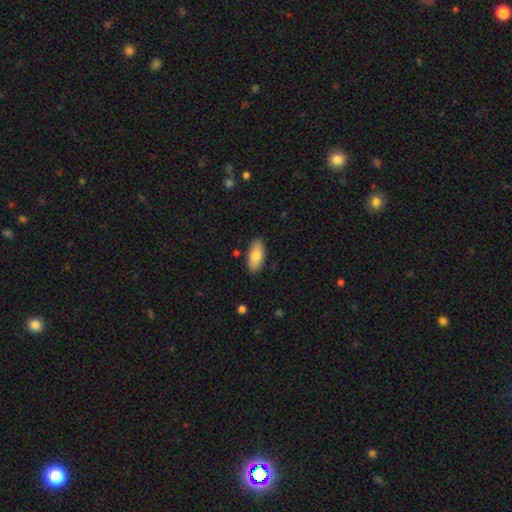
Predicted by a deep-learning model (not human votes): smooth_or_featured: smooth (p=0.83) [alt: featured or disk p=0.10]
how_rounded: in between (p=0.88) [alt: cigar-shaped p=0.10]
merging: none (p=0.86) [alt: minor disturbance p=0.10]